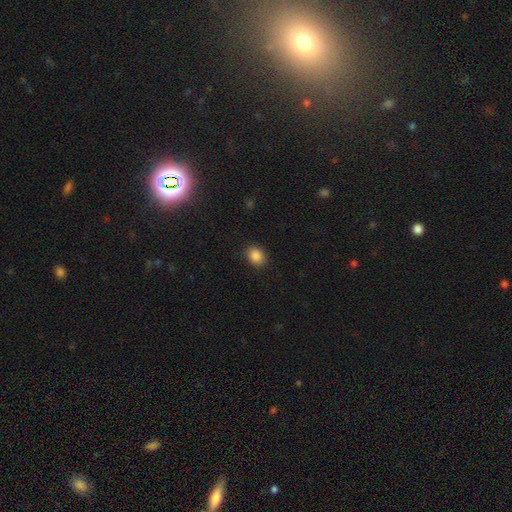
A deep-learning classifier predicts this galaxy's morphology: Smooth or featured: smooth — 87% (star or artifact — 9%)
How rounded: round — 50% (in between — 49%)
Merging: none — 89% (minor disturbance — 8%)